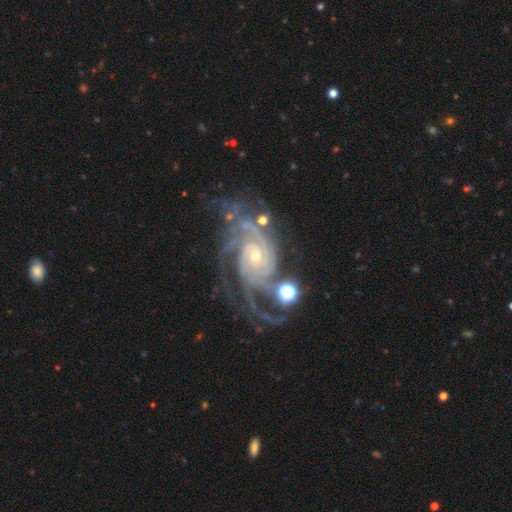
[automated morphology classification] Overall: featured or disk (91%). Edge-on disk: no (97%). Bar: no (66%). Spiral arms: yes (98%). Spiral arm count: 3 (25%; 4 22%). Spiral winding: tight (60%; medium 34%). Bulge size: small (71%). Merging: none (57%; minor disturbance 20%).